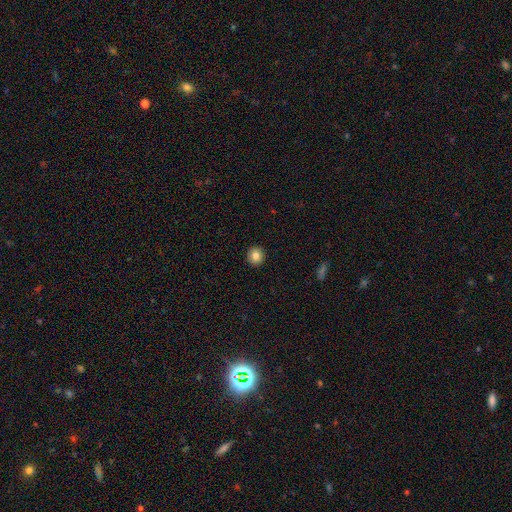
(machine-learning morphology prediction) smooth-or-featured: smooth: 83% | star or artifact: 9% | featured or disk: 8%
  how-rounded: round: 93% | in between: 6% | cigar-shaped: 1%
  merging: none: 93% | minor disturbance: 5% | major disturbance: 1% | merger: 1%